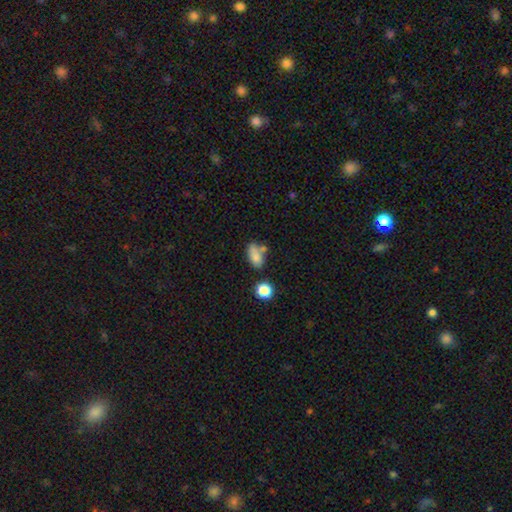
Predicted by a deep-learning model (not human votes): A smooth galaxy with no disk features (79%) that is in between round and cigar-shaped (82%).

Vote fractions:
- Smooth or featured? smooth: 79% / featured or disk: 11% / star or artifact: 10%
- How rounded? in between: 82% / round: 9% / cigar-shaped: 9%
- Merging? none: 50% / merger: 21% / minor disturbance: 20% / major disturbance: 8%